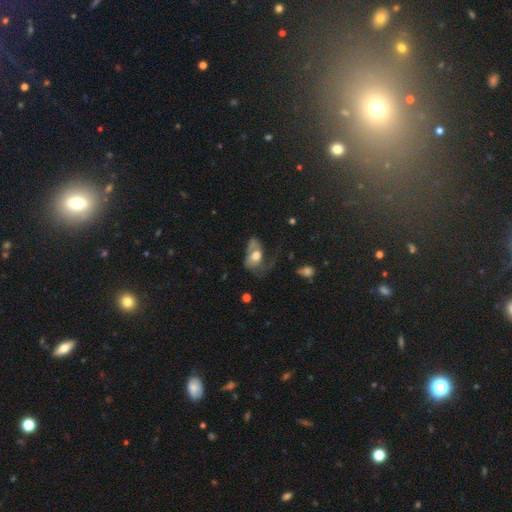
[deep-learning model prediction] smooth 47%, featured or disk 45%, star or artifact 8%. Down the decision tree: merging — major disturbance (54%).